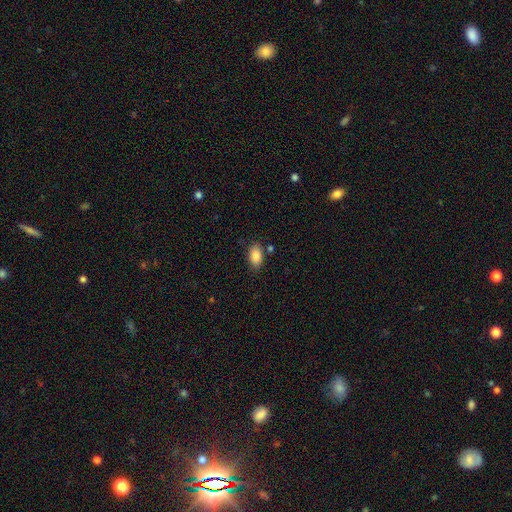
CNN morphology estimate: Smooth or featured: smooth — 88% (star or artifact — 8%)
How rounded: in between — 91% (round — 7%)
Merging: none — 80% (minor disturbance — 12%)